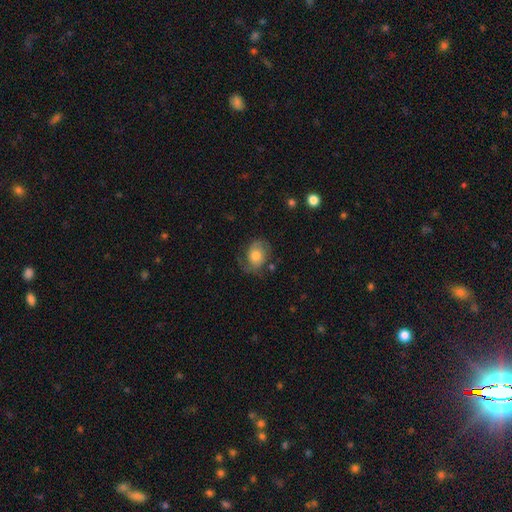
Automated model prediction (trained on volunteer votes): Morphology: type=smooth (53%); roundness=in between (51%); merging=none (53%).